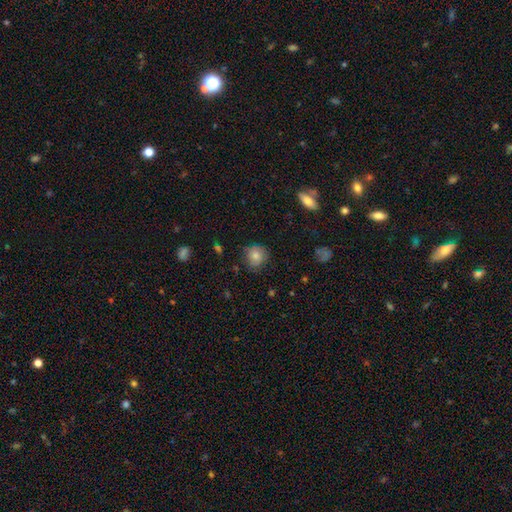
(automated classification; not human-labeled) A smooth galaxy with no disk features (76%) that is round (86%).

Vote fractions:
- Smooth or featured? smooth: 76% / featured or disk: 14% / star or artifact: 10%
- How rounded? round: 86% / in between: 13% / cigar-shaped: 1%
- Merging? none: 74% / minor disturbance: 20% / major disturbance: 5% / merger: 1%